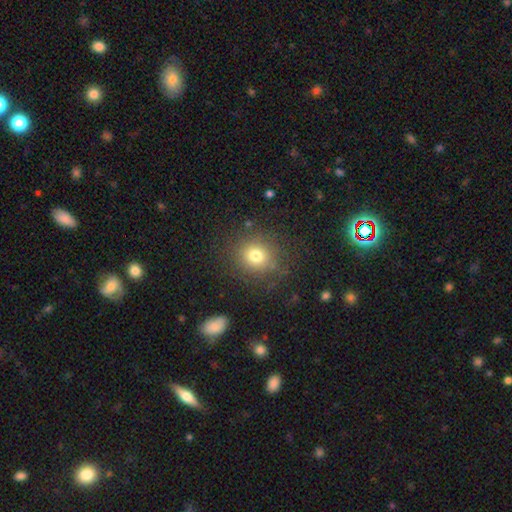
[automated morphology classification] Q: Smooth or featured?
A: smooth (75%); runner-up: star or artifact (14%)
Q: How rounded?
A: round (84%); runner-up: in between (15%)
Q: Merging?
A: none (82%); runner-up: minor disturbance (11%)